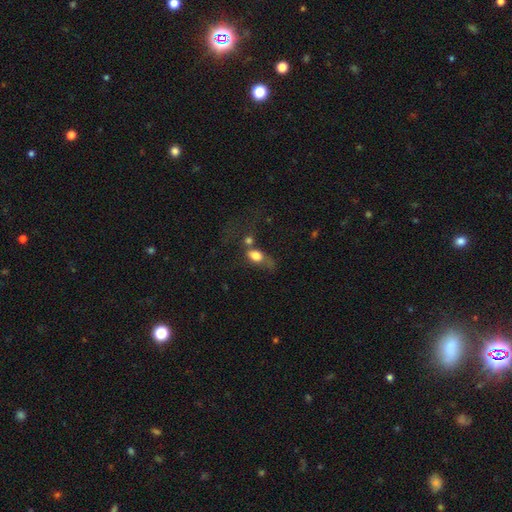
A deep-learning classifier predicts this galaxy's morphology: Smooth or featured? smooth (73%)
How rounded? in between (70%)
Merging? merger (30%)